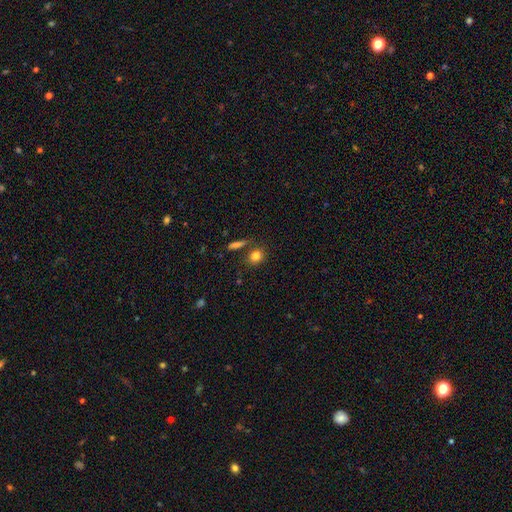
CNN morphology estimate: smooth_or_featured: smooth (p=0.82) [alt: star or artifact p=0.11]
how_rounded: round (p=0.72) [alt: in between p=0.26]
merging: none (p=0.77) [alt: minor disturbance p=0.11]